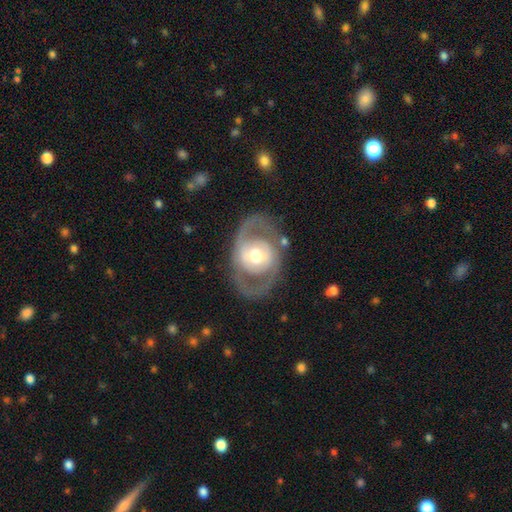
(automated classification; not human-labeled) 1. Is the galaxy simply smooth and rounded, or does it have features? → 73% featured or disk, 22% smooth, 5% star or artifact.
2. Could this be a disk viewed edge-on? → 95% no, 5% yes.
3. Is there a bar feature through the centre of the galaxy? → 55% no, 29% weak, 15% strong.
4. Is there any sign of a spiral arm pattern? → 53% yes, 47% no.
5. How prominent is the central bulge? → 67% moderate, 20% large, 10% small, 2% dominant, 1% none.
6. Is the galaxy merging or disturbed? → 74% none, 13% minor disturbance, 10% major disturbance, 2% merger.